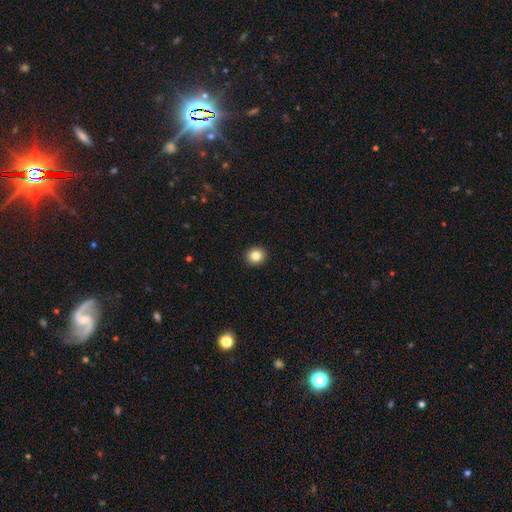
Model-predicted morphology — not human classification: smooth_or_featured: smooth (p=0.84) [alt: star or artifact p=0.10]
how_rounded: round (p=0.88) [alt: in between p=0.11]
merging: none (p=0.93) [alt: minor disturbance p=0.04]